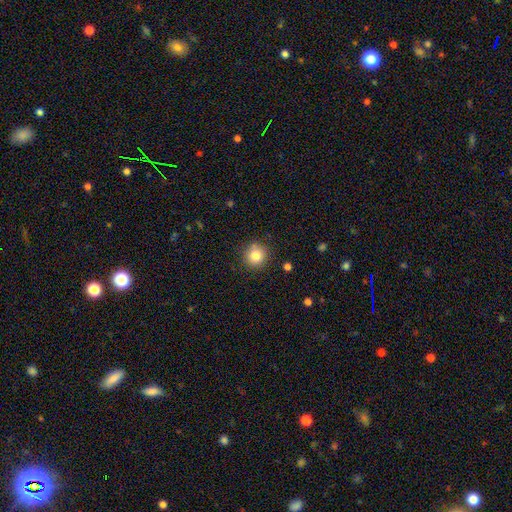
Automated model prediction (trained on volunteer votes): Smooth or featured? smooth (82%)
How rounded? round (93%)
Merging? none (85%)